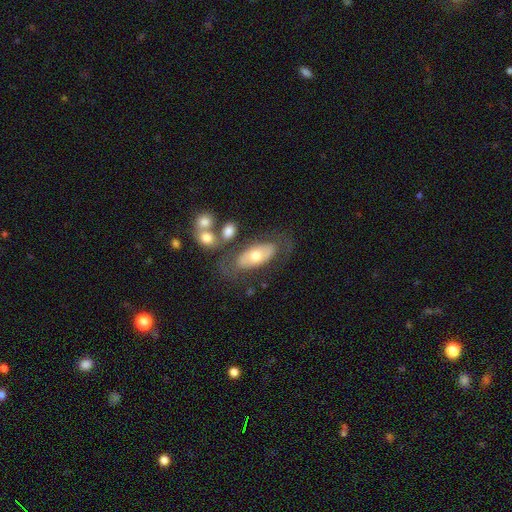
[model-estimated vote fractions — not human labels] This appears to be a smooth galaxy with no disk features (47%). Merging: none (62%).